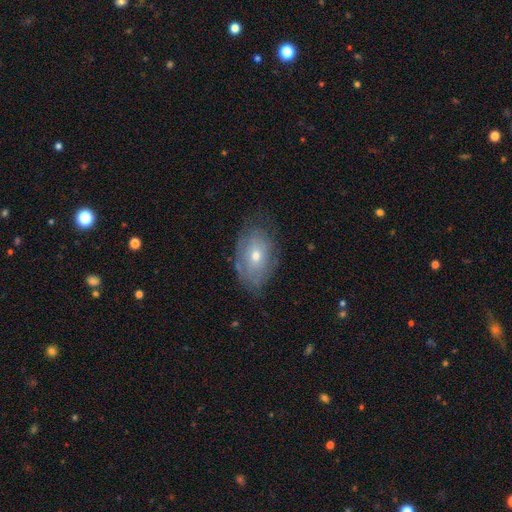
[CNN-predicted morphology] The model was most divided on "smooth or featured": featured or disk: 49%, smooth: 43%, star or artifact: 8%. More confident: merging — none (65%).